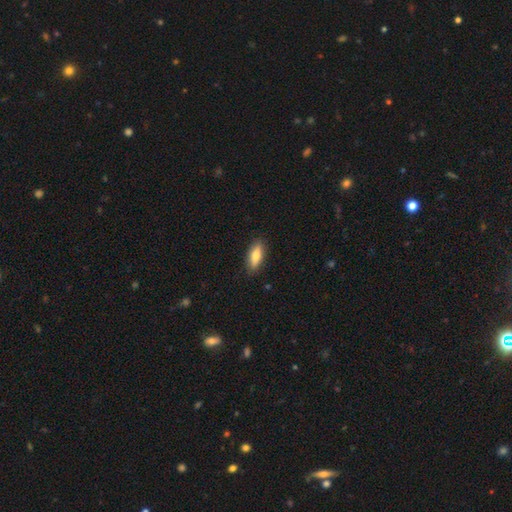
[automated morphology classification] Smooth or featured: smooth — 75% (featured or disk — 19%)
How rounded: in between — 63% (cigar-shaped — 35%)
Merging: none — 87% (minor disturbance — 10%)